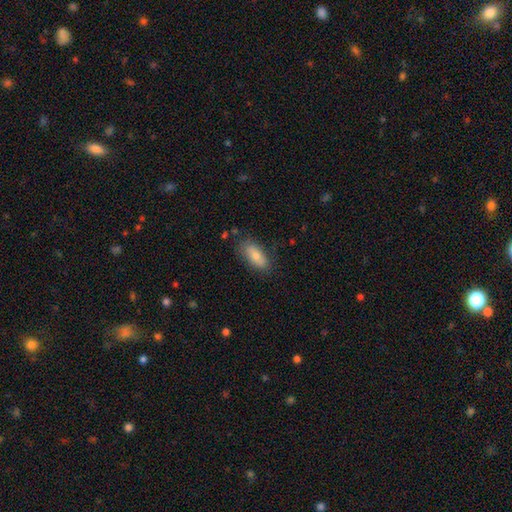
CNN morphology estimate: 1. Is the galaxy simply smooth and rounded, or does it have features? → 75% smooth, 18% featured or disk, 7% star or artifact.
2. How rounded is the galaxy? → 84% in between, 13% cigar-shaped, 3% round.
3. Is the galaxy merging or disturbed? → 76% none, 18% minor disturbance, 4% major disturbance, 2% merger.